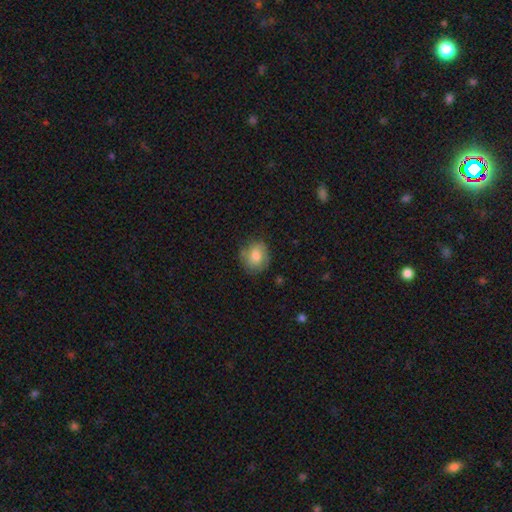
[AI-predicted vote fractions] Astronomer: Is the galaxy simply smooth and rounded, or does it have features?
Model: smooth — 72%.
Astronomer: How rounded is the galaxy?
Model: round — 69%.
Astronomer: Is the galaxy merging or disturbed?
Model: none — 72%.